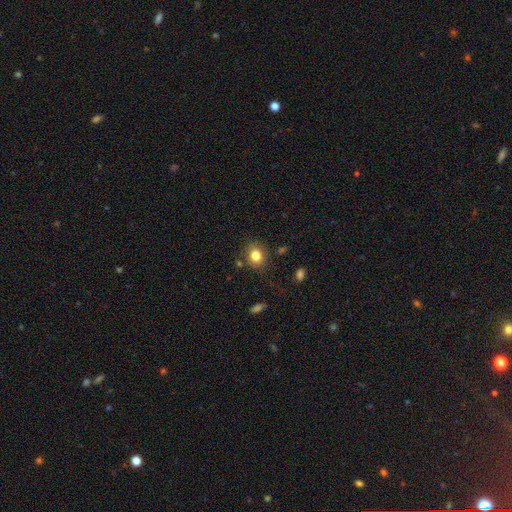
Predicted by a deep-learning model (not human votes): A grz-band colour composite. It shows a smooth galaxy with no disk features (81%) that is round (59%). Merging: none (80%).